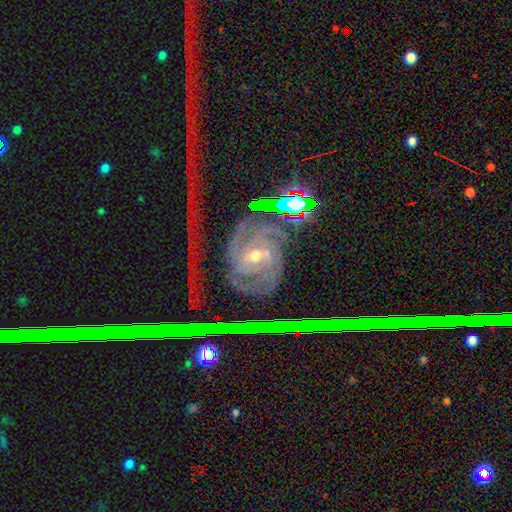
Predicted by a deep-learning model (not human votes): The model was most divided on "bar": no: 44%, weak: 38%, strong: 18%. Remaining: spiral arms — yes (97%); edge-on disk — no (96%); smooth or featured — featured or disk (86%); bulge size — moderate (57%); merging — none (50%); spiral winding — tight (48%); spiral arm count — 2 (34%).